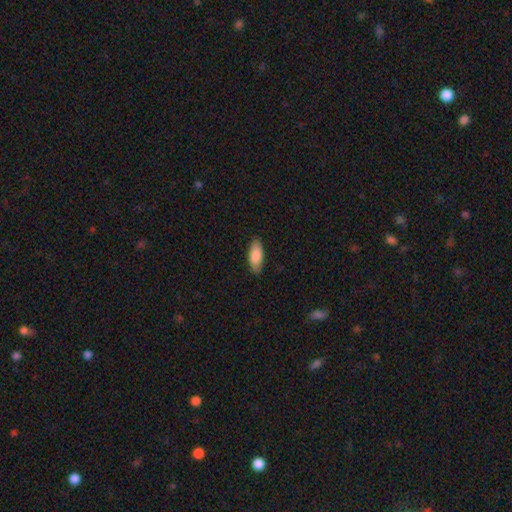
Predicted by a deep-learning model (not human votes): Morphology: type=smooth (86%); roundness=in between (81%); merging=none (85%).